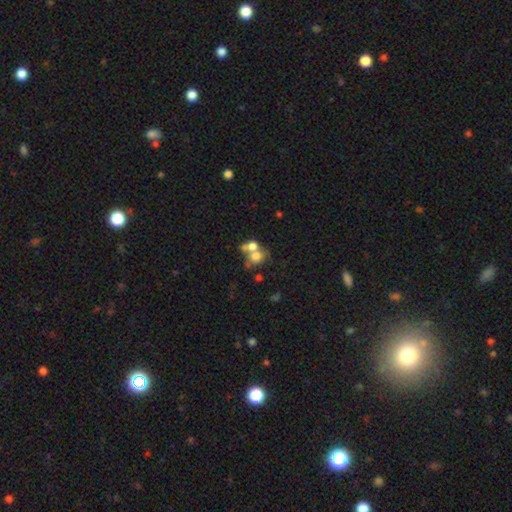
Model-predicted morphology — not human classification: The model was most divided on "merging": merger: 57%, none: 29%, minor disturbance: 8%, major disturbance: 7%. More confident: how rounded — round (68%); smooth or featured — smooth (62%).